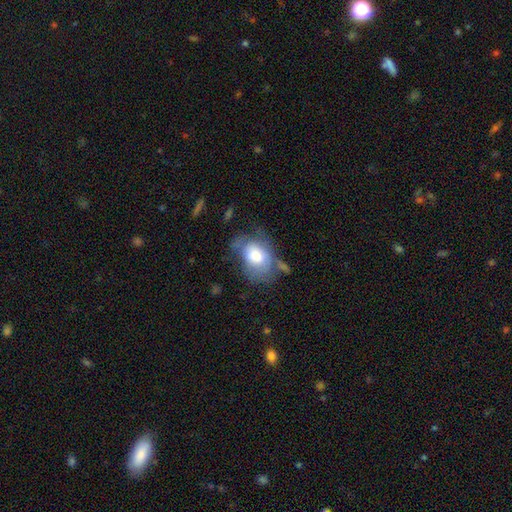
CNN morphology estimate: Q: Smooth or featured?
A: smooth (66%); runner-up: featured or disk (27%)
Q: How rounded?
A: in between (76%); runner-up: round (23%)
Q: Merging?
A: none (34%); runner-up: minor disturbance (30%)